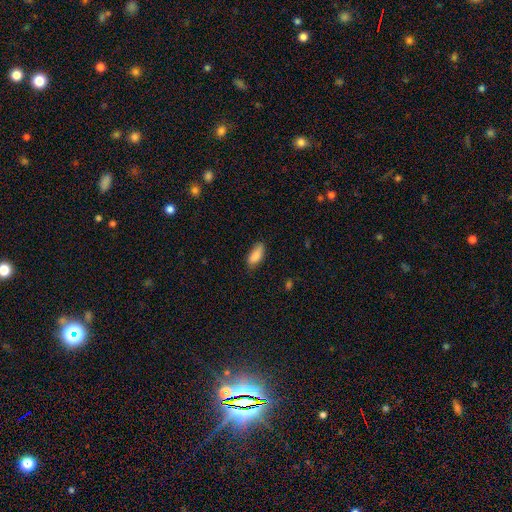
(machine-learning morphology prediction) Smooth or featured?
  - smooth: 86% *
  - featured or disk: 7%
  - star or artifact: 7%
How rounded?
  - in between: 80% *
  - cigar-shaped: 18%
  - round: 2%
Merging?
  - none: 69% *
  - minor disturbance: 25%
  - major disturbance: 5%
  - merger: 2%